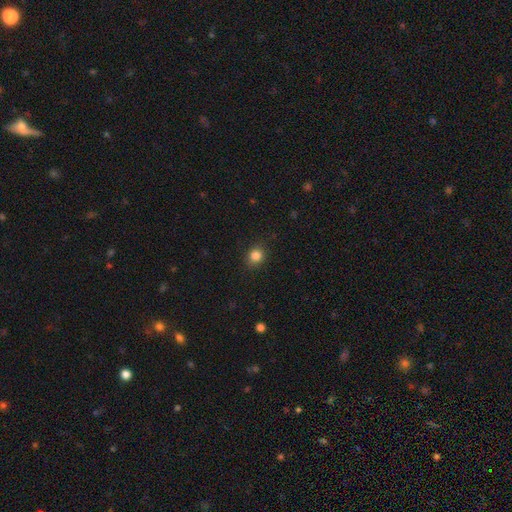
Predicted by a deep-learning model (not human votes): Morphology: type=smooth (84%); roundness=round (79%); merging=none (88%).